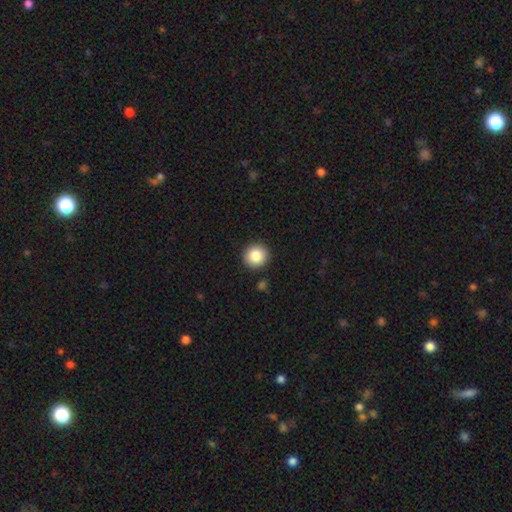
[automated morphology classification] Smooth or featured? smooth (85%)
How rounded? round (93%)
Merging? none (91%)